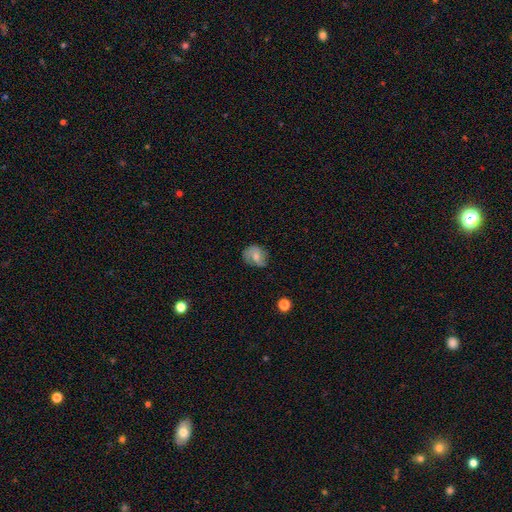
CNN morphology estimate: smooth-or-featured: smooth: 51% | featured or disk: 40% | star or artifact: 9%
  how-rounded: round: 53% | in between: 46% | cigar-shaped: 1%
  merging: none: 58% | minor disturbance: 27% | major disturbance: 13% | merger: 2%